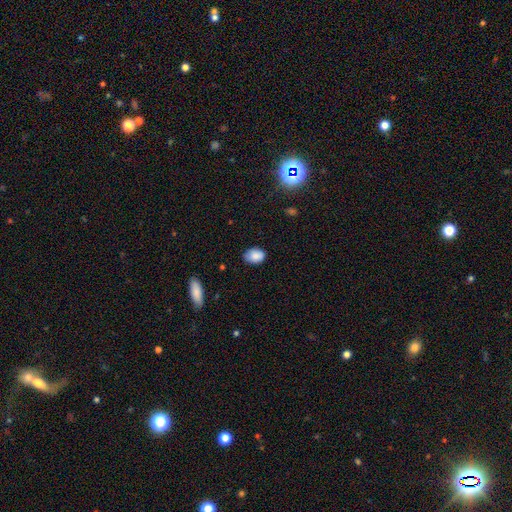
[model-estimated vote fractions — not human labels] A smooth galaxy with no disk features (86%) that is in between round and cigar-shaped (78%). Merging: none (75%).